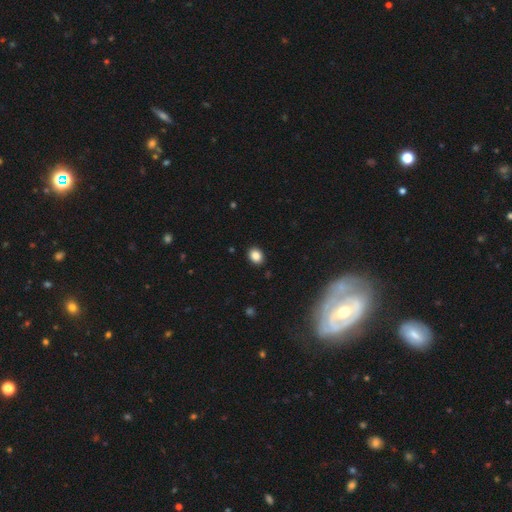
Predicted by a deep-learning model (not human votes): smooth 86%, star or artifact 9%, featured or disk 4%. Down the decision tree: how rounded — in between (55%); merging — none (90%).